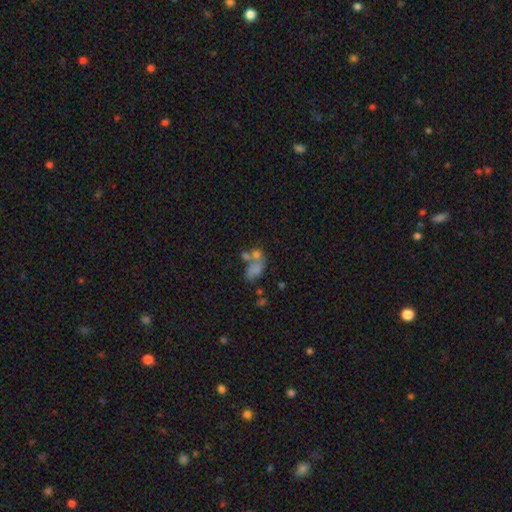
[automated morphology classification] A smooth galaxy with no disk features (50%). Merging: merger (46%).